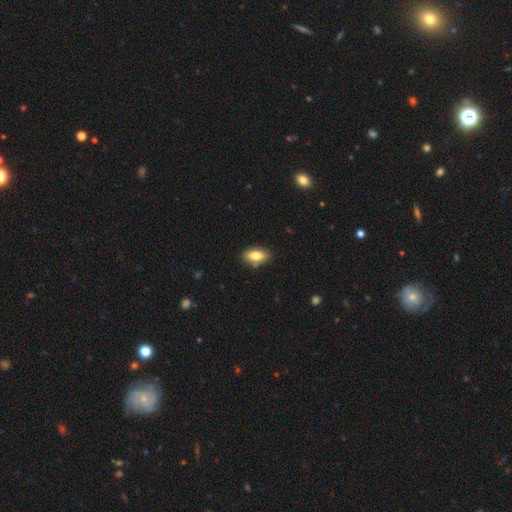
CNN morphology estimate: Smooth or featured? Predicted: smooth (p=0.80). How rounded? Predicted: in between (p=0.88). Merging? Predicted: none (p=0.82).